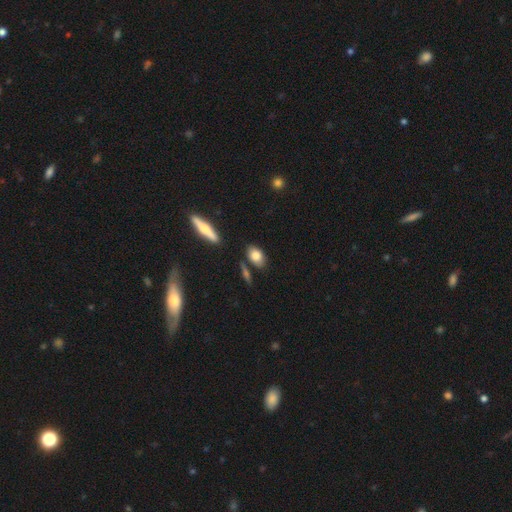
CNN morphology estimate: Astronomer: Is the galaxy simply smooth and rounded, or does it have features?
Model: smooth — 79%.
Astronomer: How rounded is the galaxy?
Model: in between — 80%.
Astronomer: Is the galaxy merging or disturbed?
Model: none — 73%.